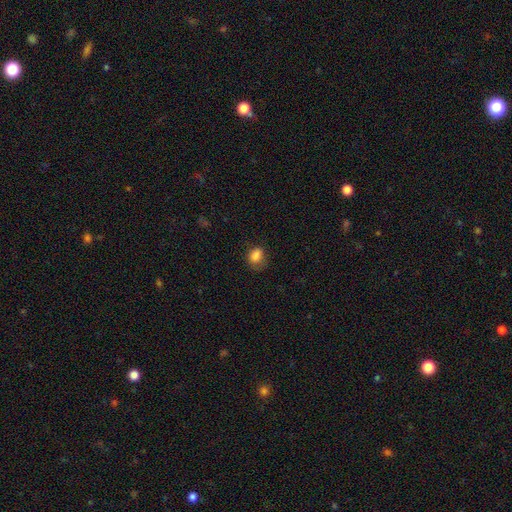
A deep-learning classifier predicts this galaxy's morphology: A smooth galaxy with no disk features (84%) that is in between round and cigar-shaped (66%). Merging: none (60%).